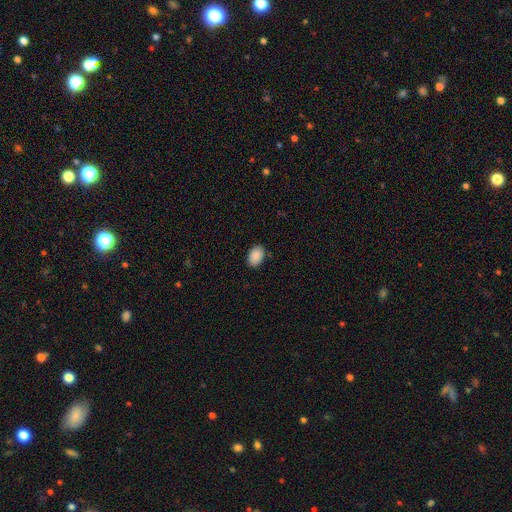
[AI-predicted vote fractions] A smooth galaxy with no disk features (89%) that is in between round and cigar-shaped (86%). Merging: none (85%).